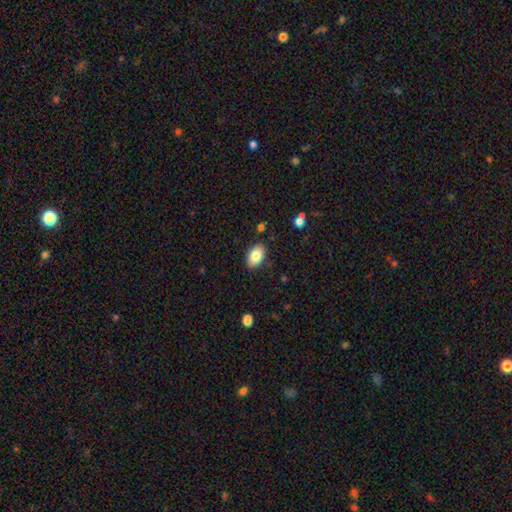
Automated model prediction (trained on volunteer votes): Overall: smooth (83%). How rounded: in between (92%). Merging: none (87%).